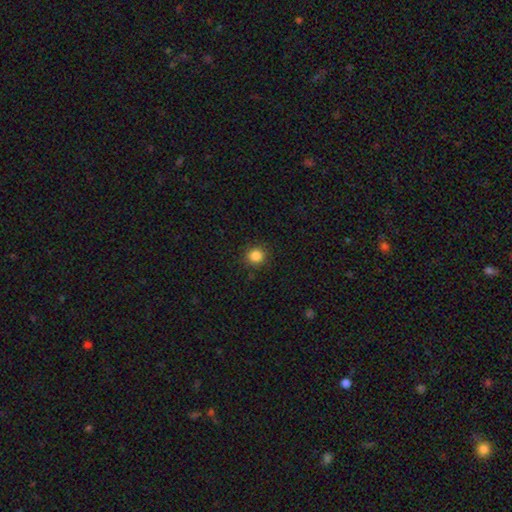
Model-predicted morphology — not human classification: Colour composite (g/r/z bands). It shows a smooth galaxy with no disk features (85%) that is round (88%). Merging: none (89%).